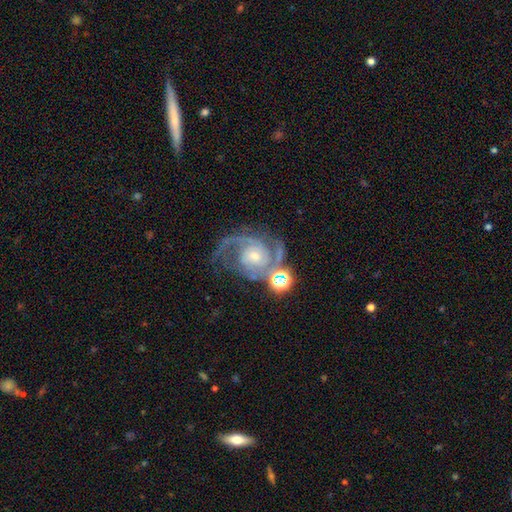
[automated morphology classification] A featured or disk galaxy (89%) with no bar (65%), 2 (77%) medium (48%) spiral arms (98%) and a small central bulge (56%).

Vote fractions:
- Smooth or featured? featured or disk: 89% / star or artifact: 6% / smooth: 4%
- Edge-on disk? no: 97% / yes: 3%
- Bar? no: 65% / weak: 27% / strong: 8%
- Spiral arms? yes: 98% / no: 2%
- Spiral winding? medium: 48% / tight: 43% / loose: 10%
- Spiral arm count? 2: 77% / 3: 10% / can't tell: 6% / 1: 3% / 4: 2% / more than 4: 2%
- Bulge size? small: 56% / moderate: 38% / large: 3% / none: 2% / dominant: 1%
- Merging? none: 58% / minor disturbance: 16% / merger: 16% / major disturbance: 10%